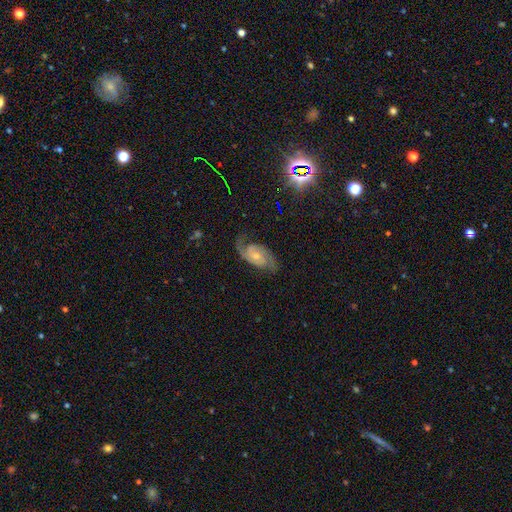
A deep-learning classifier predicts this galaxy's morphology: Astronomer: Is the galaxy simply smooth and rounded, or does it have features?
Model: featured or disk — 85%.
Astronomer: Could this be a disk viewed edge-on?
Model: no — 97%.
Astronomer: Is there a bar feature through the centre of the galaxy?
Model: no — 62%.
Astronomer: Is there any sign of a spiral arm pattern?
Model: yes — 97%.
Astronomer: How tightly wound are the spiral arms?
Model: medium — 49% (runner-up: tight, 33%).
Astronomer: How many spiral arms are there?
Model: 2 — 89%.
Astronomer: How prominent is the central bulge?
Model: small — 49% (runner-up: moderate, 44%).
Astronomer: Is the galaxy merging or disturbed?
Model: none — 72%.